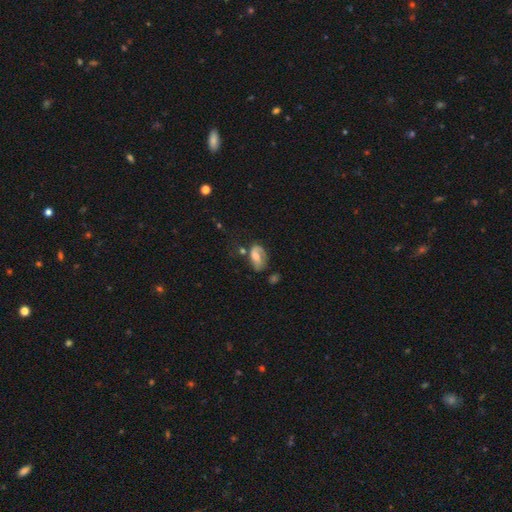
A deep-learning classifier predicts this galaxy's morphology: smooth_or_featured: featured or disk (p=0.51) [alt: smooth p=0.41]
disk_edge_on: no (p=0.96) [alt: yes p=0.04]
merging: none (p=0.40) [alt: minor disturbance p=0.27]